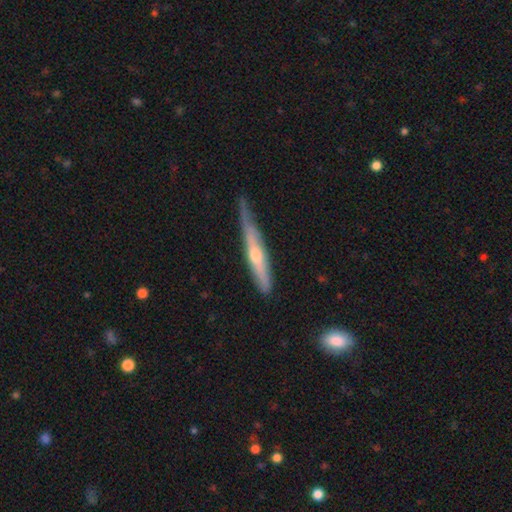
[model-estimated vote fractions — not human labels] Q: Smooth or featured?
A: featured or disk (64%); runner-up: smooth (29%)
Q: Edge-on disk?
A: yes (92%); runner-up: no (8%)
Q: Edge-on bulge?
A: rounded (75%); runner-up: none (20%)
Q: Merging?
A: none (64%); runner-up: minor disturbance (28%)